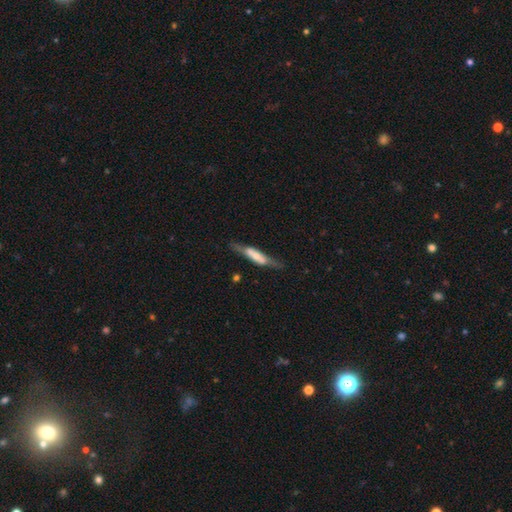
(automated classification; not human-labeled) Smooth or featured? Predicted: featured or disk (p=0.55). Edge-on disk? Predicted: yes (p=0.73). Merging? Predicted: none (p=0.65).